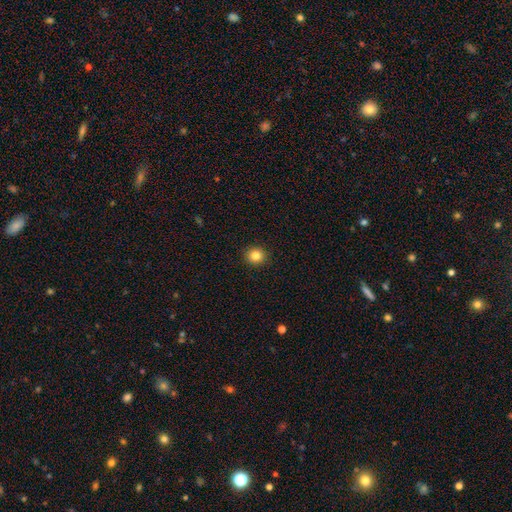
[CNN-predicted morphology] Overall: smooth (83%). How rounded: round (88%). Merging: none (92%).